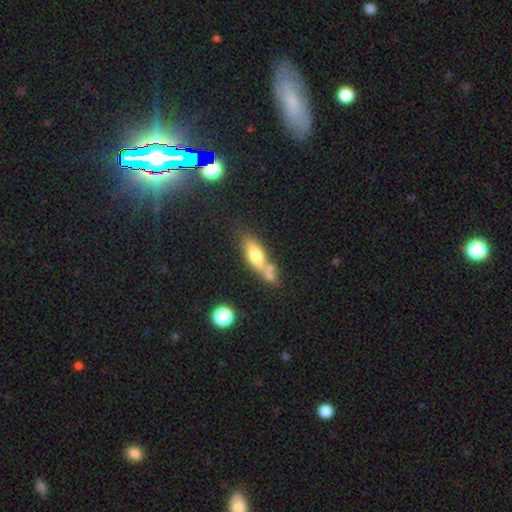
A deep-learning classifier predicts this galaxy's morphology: A smooth galaxy with no disk features (65%) that is in between round and cigar-shaped (61%). Merging: none (39%).